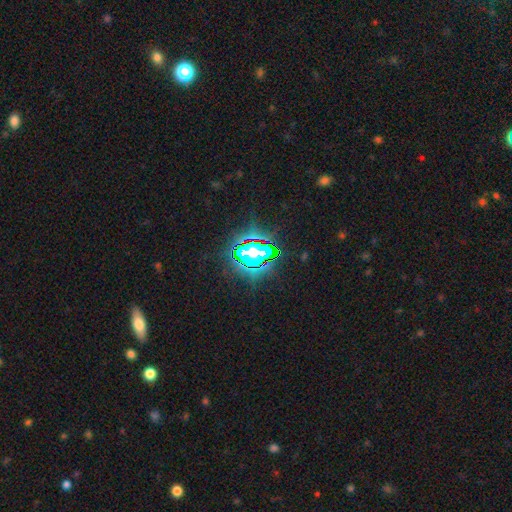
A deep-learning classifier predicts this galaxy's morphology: Overall: star or artifact (82%).